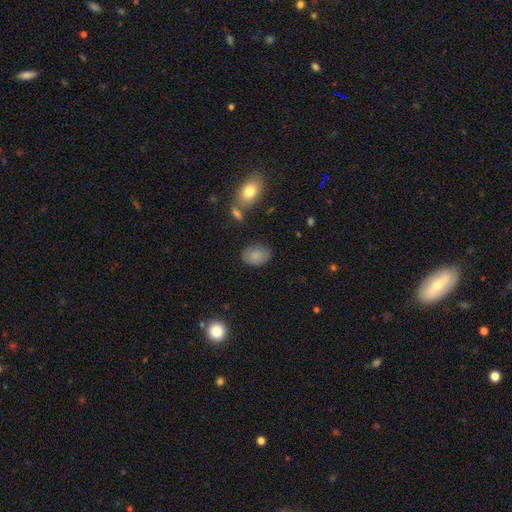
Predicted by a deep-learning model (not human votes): A smooth galaxy with no disk features (83%) that is in between round and cigar-shaped (78%). Merging: none (79%).